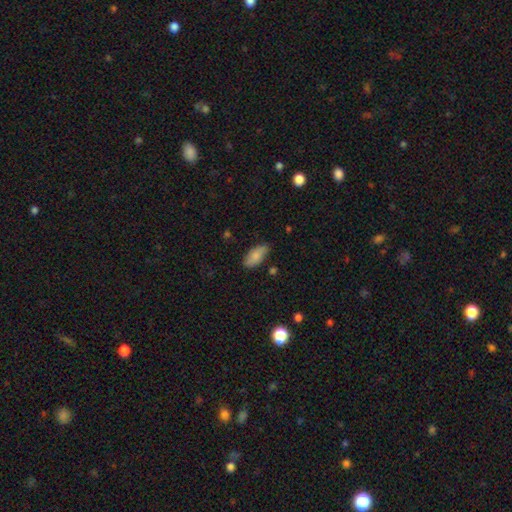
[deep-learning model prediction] Smooth or featured: smooth — 81% (featured or disk — 12%)
How rounded: in between — 90% (cigar-shaped — 8%)
Merging: none — 76% (minor disturbance — 19%)